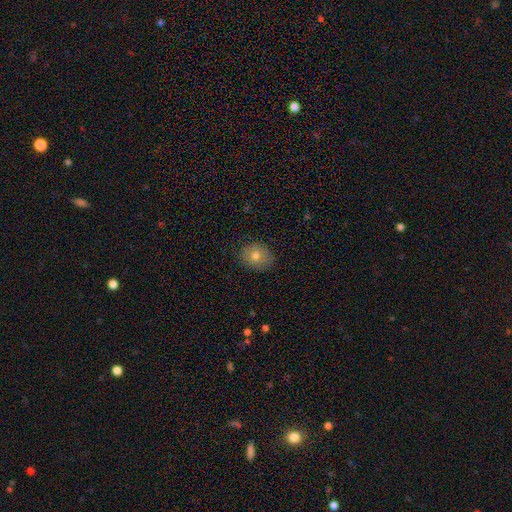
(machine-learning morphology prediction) This is likely a smooth galaxy (74%). How rounded: possibly round (55%). Merging: clearly none (86%).